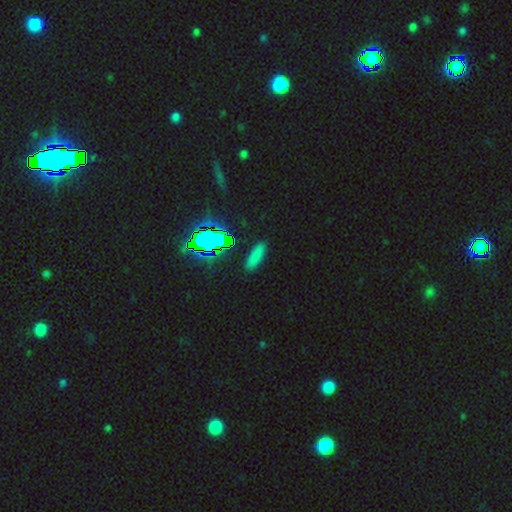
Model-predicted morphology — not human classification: Q: Smooth or featured?
A: smooth (67%); runner-up: star or artifact (25%)
Q: How rounded?
A: in between (50%); runner-up: cigar-shaped (46%)
Q: Merging?
A: none (89%); runner-up: minor disturbance (7%)